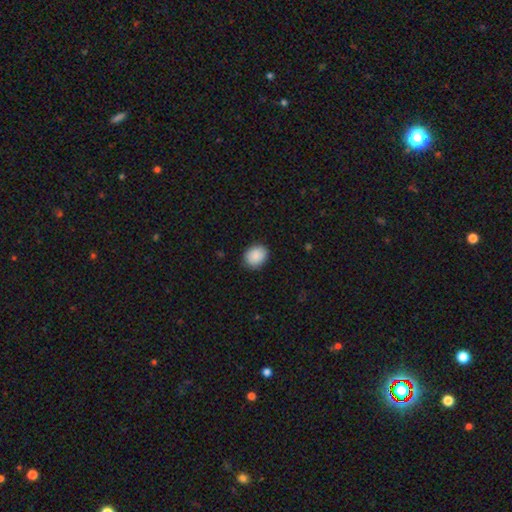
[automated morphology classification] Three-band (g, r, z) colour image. It shows a smooth galaxy with no disk features (89%) that is round (54%). Merging: none (86%).